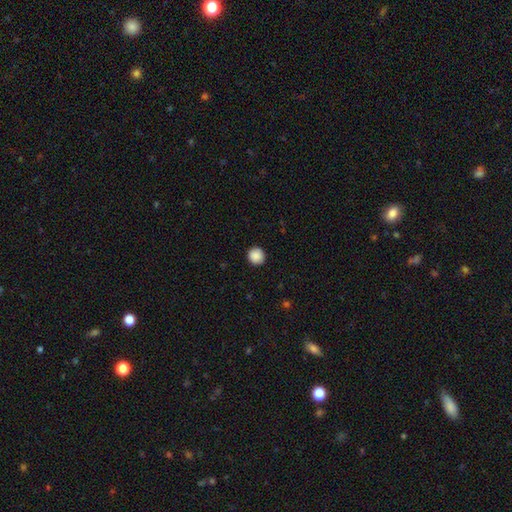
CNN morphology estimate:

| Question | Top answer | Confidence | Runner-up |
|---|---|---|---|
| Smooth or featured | smooth | 89% | star or artifact (8%) |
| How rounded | round | 92% | in between (7%) |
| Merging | none | 91% | minor disturbance (6%) |